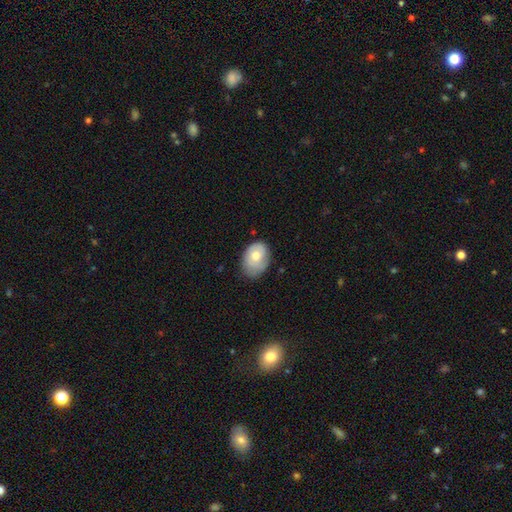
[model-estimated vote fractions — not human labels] smooth_or_featured: smooth (p=0.64) [alt: featured or disk p=0.29]
how_rounded: in between (p=0.77) [alt: round p=0.22]
merging: none (p=0.60) [alt: minor disturbance p=0.31]